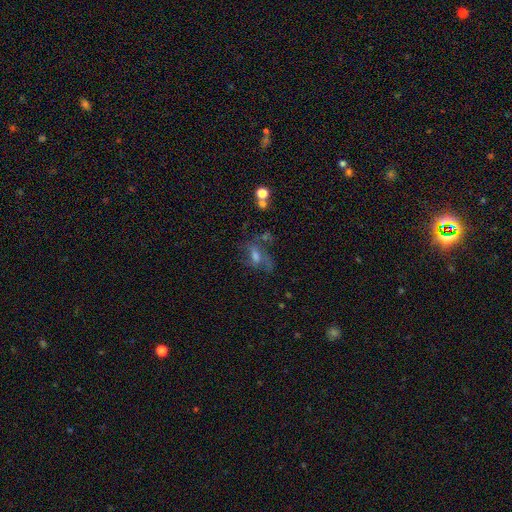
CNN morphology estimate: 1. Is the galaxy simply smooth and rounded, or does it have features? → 57% featured or disk, 24% smooth, 19% star or artifact.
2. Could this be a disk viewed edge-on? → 93% no, 7% yes.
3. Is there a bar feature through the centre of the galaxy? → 51% no, 38% weak, 11% strong.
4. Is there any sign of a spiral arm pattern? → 65% yes, 35% no.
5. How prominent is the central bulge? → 51% moderate, 24% small, 12% large, 11% none, 2% dominant.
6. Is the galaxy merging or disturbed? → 46% none, 27% major disturbance, 19% minor disturbance, 7% merger.